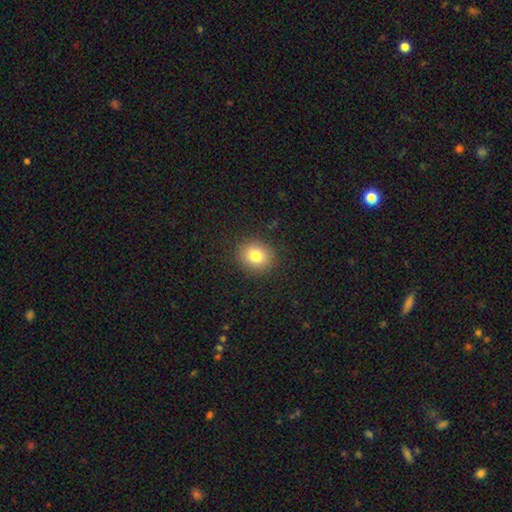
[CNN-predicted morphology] Q: Smooth or featured?
A: smooth (80%); runner-up: star or artifact (11%)
Q: How rounded?
A: round (73%); runner-up: in between (26%)
Q: Merging?
A: none (90%); runner-up: minor disturbance (7%)